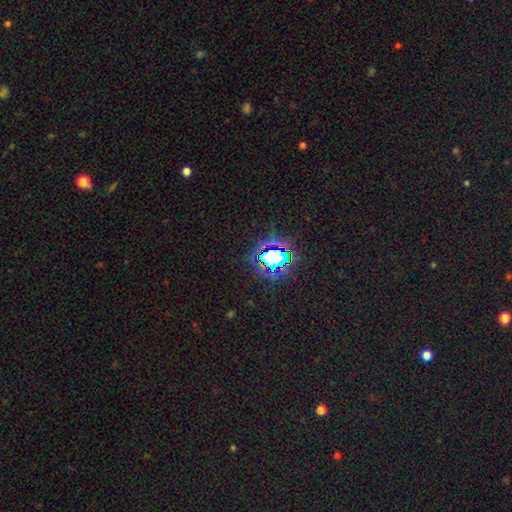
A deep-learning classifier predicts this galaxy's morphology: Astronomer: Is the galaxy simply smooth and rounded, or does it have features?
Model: star or artifact — 81%.